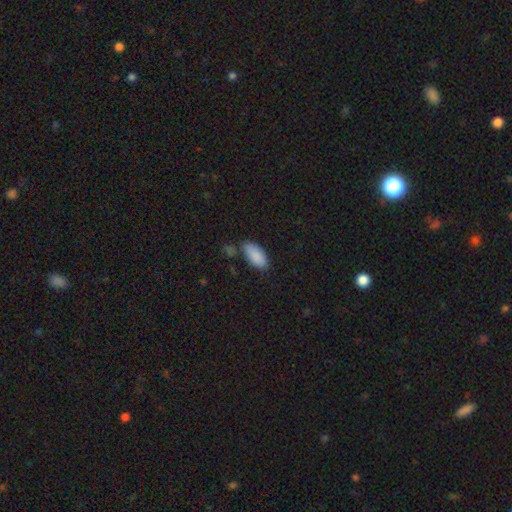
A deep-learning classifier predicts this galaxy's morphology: Smooth or featured: smooth — 89% (star or artifact — 7%)
How rounded: in between — 92% (cigar-shaped — 6%)
Merging: none — 65% (minor disturbance — 21%)